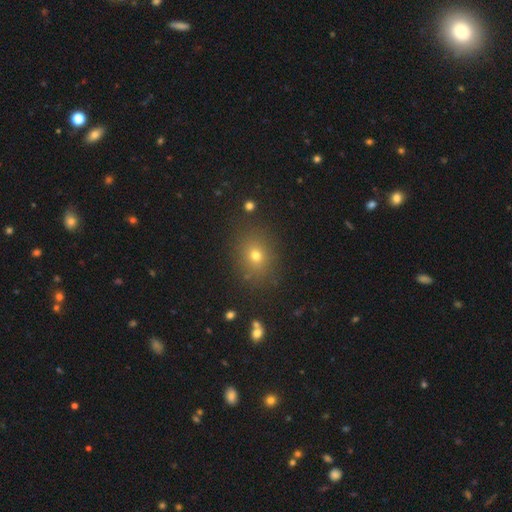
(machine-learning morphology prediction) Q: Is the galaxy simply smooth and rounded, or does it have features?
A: smooth — 70%.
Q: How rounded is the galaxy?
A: round — 58%.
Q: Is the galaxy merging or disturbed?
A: none — 83%.